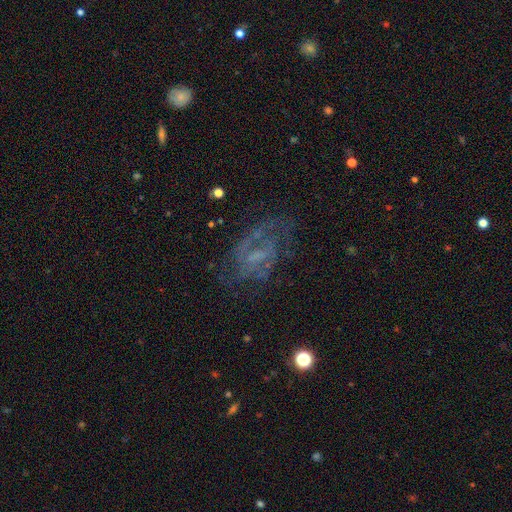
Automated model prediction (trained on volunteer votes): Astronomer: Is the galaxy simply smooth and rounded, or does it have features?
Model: featured or disk — 69%.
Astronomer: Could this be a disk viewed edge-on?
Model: no — 97%.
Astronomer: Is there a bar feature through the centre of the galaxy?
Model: no — 43%, tied with weak at 43%.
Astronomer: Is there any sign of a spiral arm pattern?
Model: yes — 74%.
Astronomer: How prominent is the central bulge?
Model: none — 51% (runner-up: small, 31%).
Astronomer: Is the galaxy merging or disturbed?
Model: none — 54%.